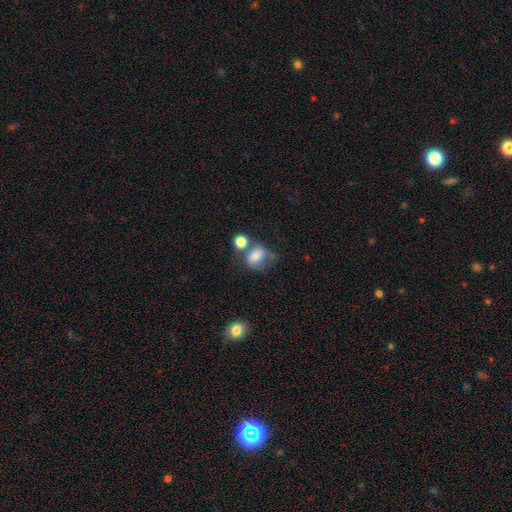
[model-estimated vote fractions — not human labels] Smooth or featured: smooth — 73% (featured or disk — 17%)
How rounded: in between — 53% (round — 45%)
Merging: merger — 36% (none — 32%)